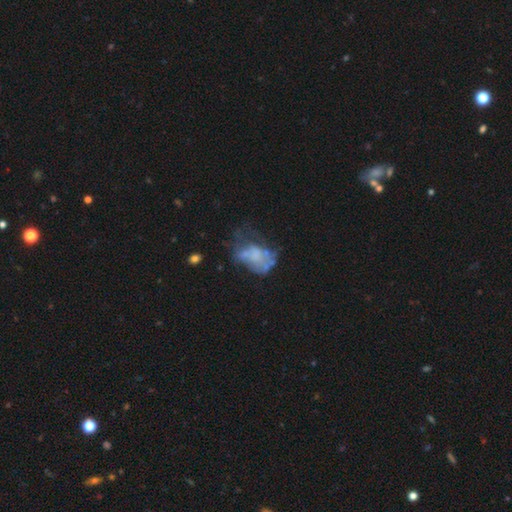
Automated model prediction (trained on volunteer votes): Smooth or featured: featured or disk — 51% (smooth — 37%)
Edge-on disk: no — 98% (yes — 2%)
Merging: major disturbance — 41% (none — 25%)